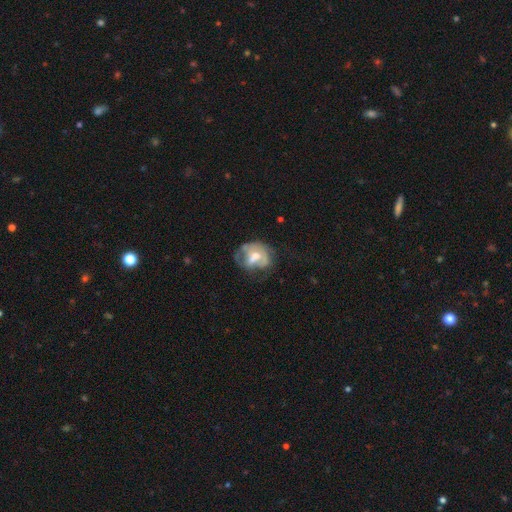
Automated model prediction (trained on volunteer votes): The model was most divided on "merging": none: 36%, major disturbance: 28%, minor disturbance: 26%, merger: 9%. More confident: edge-on disk — no (97%); bulge size — moderate (62%); spiral arms — no (60%); bar — no (60%); smooth or featured — featured or disk (58%).